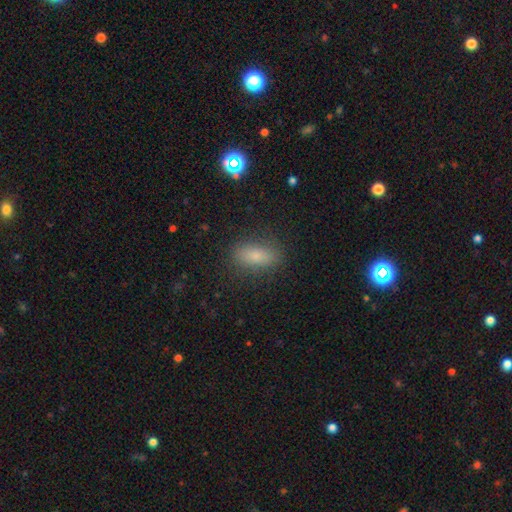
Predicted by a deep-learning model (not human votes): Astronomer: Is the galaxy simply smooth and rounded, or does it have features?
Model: smooth — 77%.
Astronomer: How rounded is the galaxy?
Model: in between — 76%.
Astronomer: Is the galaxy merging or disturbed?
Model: none — 84%.